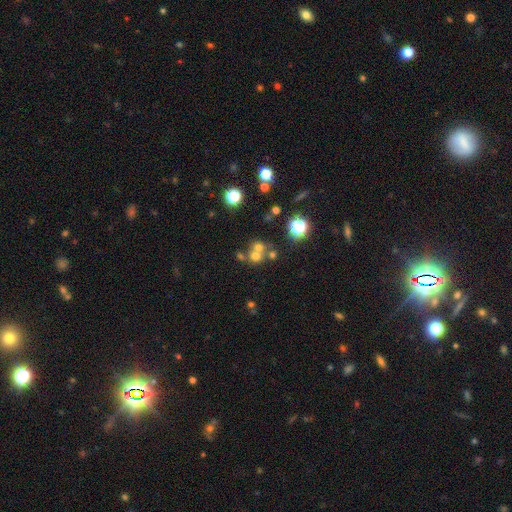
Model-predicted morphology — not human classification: smooth-or-featured: smooth: 58% | star or artifact: 25% | featured or disk: 17%
  how-rounded: round: 84% | in between: 14% | cigar-shaped: 1%
  merging: merger: 46% | none: 44% | minor disturbance: 7% | major disturbance: 4%